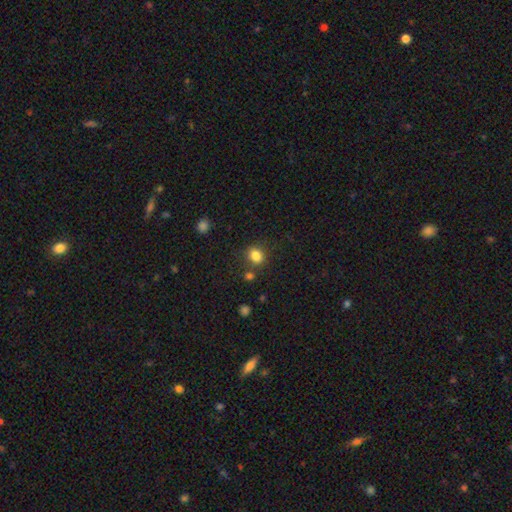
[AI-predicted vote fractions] smooth-or-featured: smooth: 84% | star or artifact: 11% | featured or disk: 5%
  how-rounded: round: 54% | in between: 45% | cigar-shaped: 1%
  merging: none: 76% | minor disturbance: 12% | merger: 8% | major disturbance: 4%